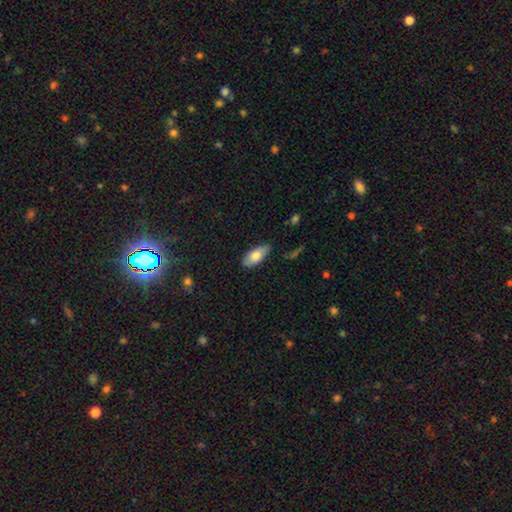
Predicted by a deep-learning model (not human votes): A smooth galaxy with no disk features (74%) that is in between round and cigar-shaped (84%).

Vote fractions:
- Smooth or featured? smooth: 74% / featured or disk: 20% / star or artifact: 6%
- How rounded? in between: 84% / cigar-shaped: 14% / round: 2%
- Merging? none: 82% / minor disturbance: 14% / major disturbance: 3% / merger: 1%